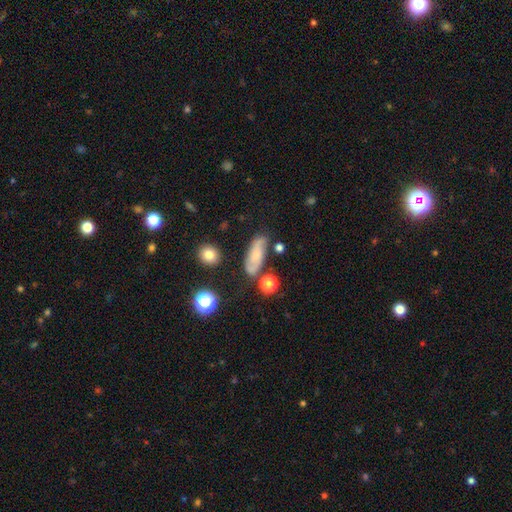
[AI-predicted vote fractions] A smooth galaxy with no disk features (47%).

Vote fractions:
- Smooth or featured? smooth: 47% / featured or disk: 42% / star or artifact: 11%
- Merging? none: 68% / minor disturbance: 19% / major disturbance: 6% / merger: 6%